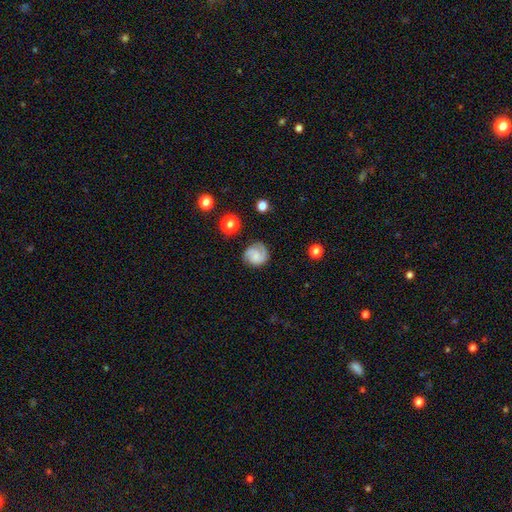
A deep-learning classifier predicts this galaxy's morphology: Smooth or featured? featured or disk (64%)
Edge-on disk? no (98%)
Bar? no (67%)
Spiral arms? yes (94%)
Spiral winding? tight (48%)
Spiral arm count? 2 (60%)
Bulge size? small (52%)
Merging? none (74%)